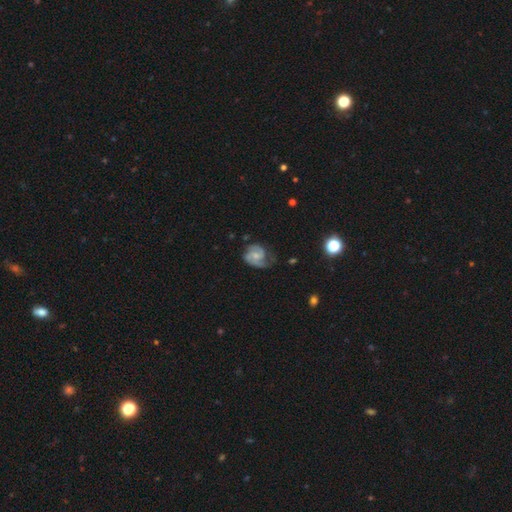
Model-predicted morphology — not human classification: A featured or disk galaxy (79%) with no bar (58%), 2 (75%) medium (45%) spiral arms (95%) and a small central bulge (48%). Merging: none (57%).